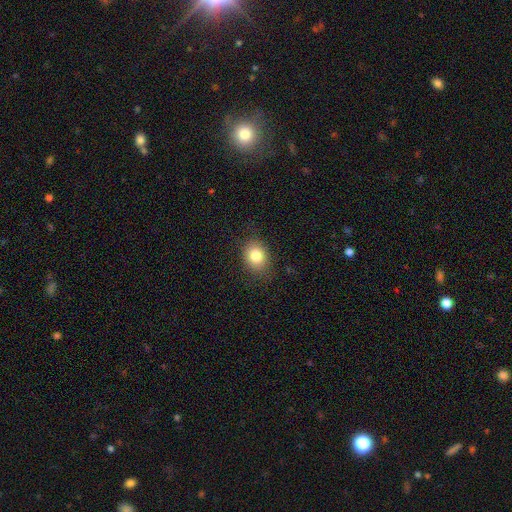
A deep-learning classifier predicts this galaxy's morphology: smooth 82%, star or artifact 10%, featured or disk 8%. Down the decision tree: how rounded — round (52%); merging — none (84%).